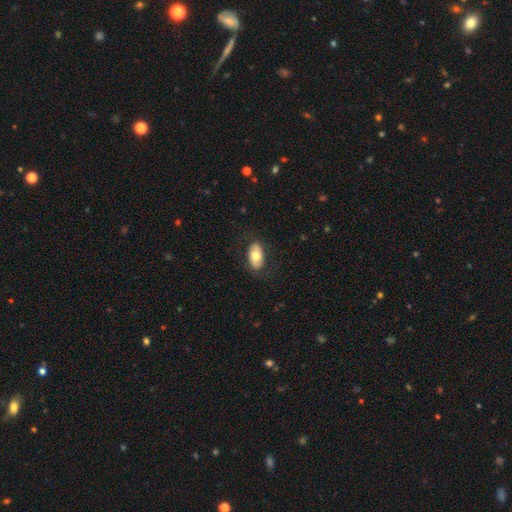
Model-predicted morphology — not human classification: type=smooth (63%); roundness=in between (93%); merging=none (82%).